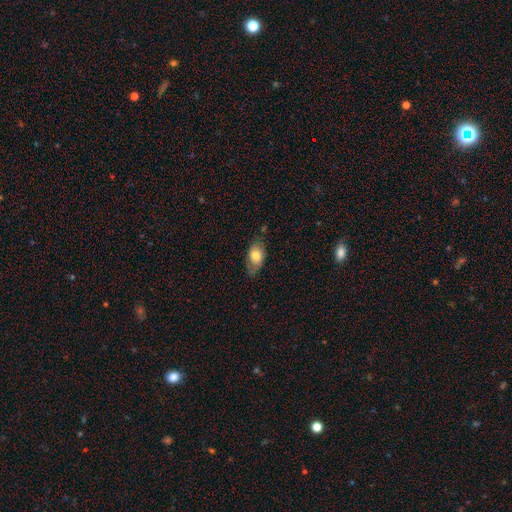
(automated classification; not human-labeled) smooth_or_featured: smooth (p=0.76) [alt: featured or disk p=0.17]
how_rounded: in between (p=0.88) [alt: round p=0.09]
merging: none (p=0.64) [alt: minor disturbance p=0.27]